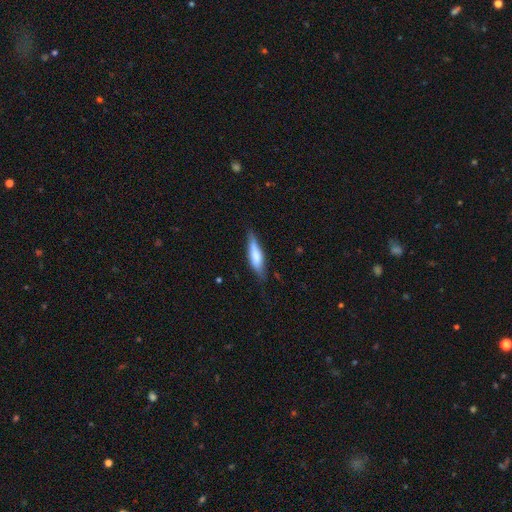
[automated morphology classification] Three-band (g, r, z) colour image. It shows a smooth galaxy with no disk features (63%) that is cigar-shaped (66%). Merging: none (72%).